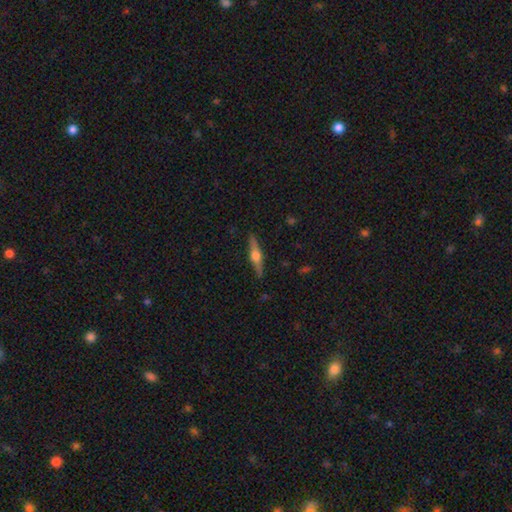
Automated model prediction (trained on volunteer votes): Smooth or featured?
  - featured or disk: 71% *
  - smooth: 23%
  - star or artifact: 6%
Edge-on disk?
  - yes: 97% *
  - no: 3%
Edge-on bulge?
  - rounded: 95% *
  - boxy: 3%
  - none: 2%
Merging?
  - none: 90% *
  - minor disturbance: 7%
  - major disturbance: 2%
  - merger: 1%